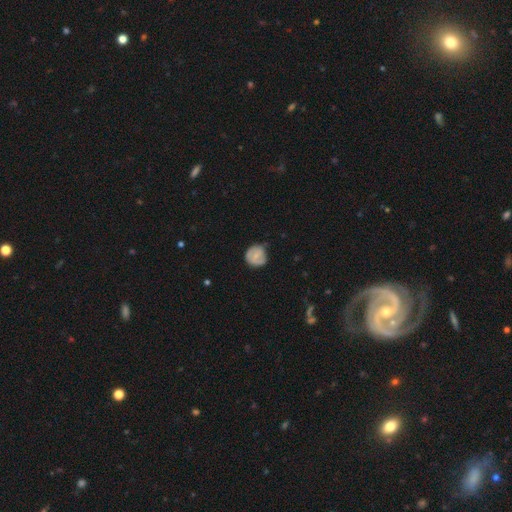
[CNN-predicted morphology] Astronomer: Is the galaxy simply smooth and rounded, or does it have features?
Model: smooth — 61%.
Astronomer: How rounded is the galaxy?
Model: round — 87%.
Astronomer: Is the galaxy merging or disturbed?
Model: none — 68%.